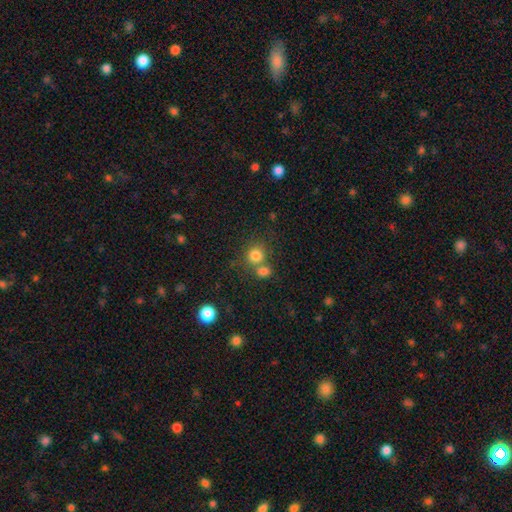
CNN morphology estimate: A smooth galaxy with no disk features (80%) that is round (86%).

Vote fractions:
- Smooth or featured? smooth: 80% / star or artifact: 13% / featured or disk: 7%
- How rounded? round: 86% / in between: 13% / cigar-shaped: 1%
- Merging? none: 55% / merger: 34% / minor disturbance: 8% / major disturbance: 4%